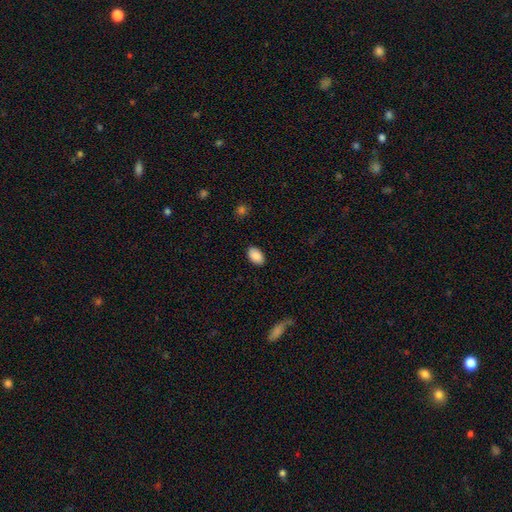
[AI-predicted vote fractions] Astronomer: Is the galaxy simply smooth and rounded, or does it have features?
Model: smooth — 89%.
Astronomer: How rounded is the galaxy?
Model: in between — 93%.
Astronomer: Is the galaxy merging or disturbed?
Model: none — 88%.